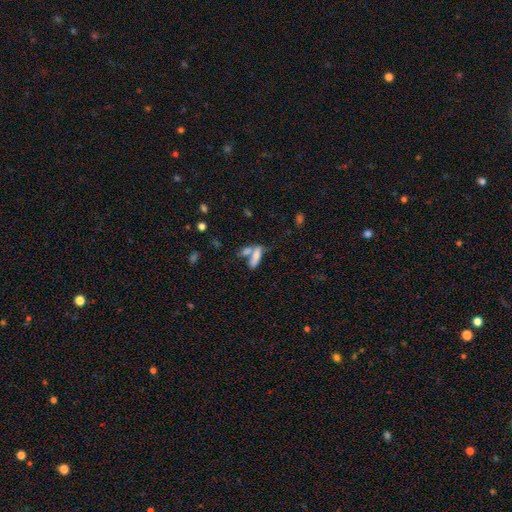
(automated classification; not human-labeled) This appears to be a smooth galaxy with no disk features (67%) that is in between round and cigar-shaped (49%). Merging: merger (48%).